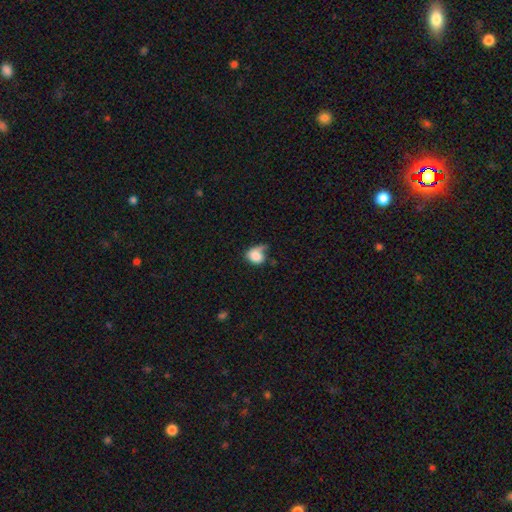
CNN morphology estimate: Overall: smooth (79%). How rounded: round (52%; in between 47%). Merging: minor disturbance (34%; none 31%).